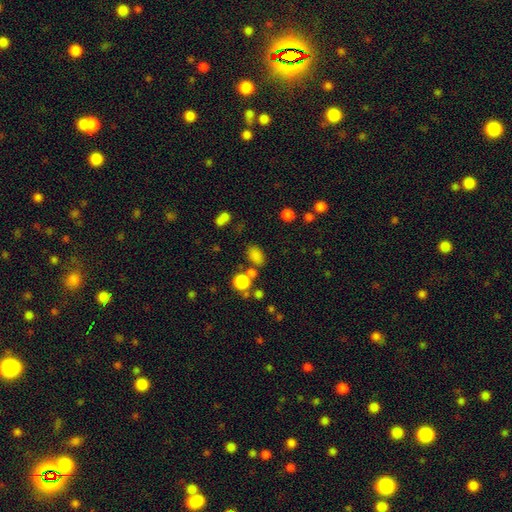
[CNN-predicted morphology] A smooth galaxy with no disk features (79%) that is in between round and cigar-shaped (79%). Merging: none (66%).